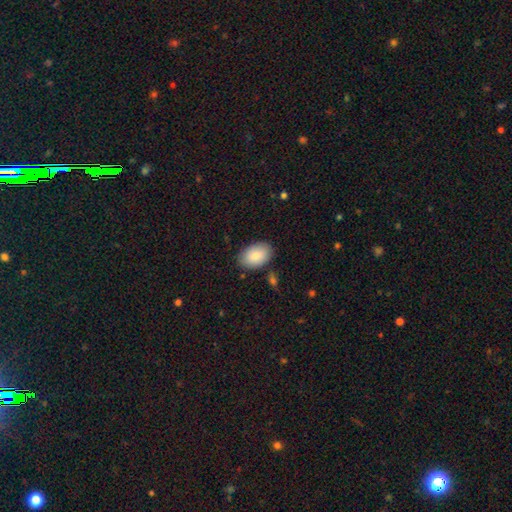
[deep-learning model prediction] This is clearly a smooth galaxy (85%). How rounded: clearly in between (90%). Merging: clearly none (84%).